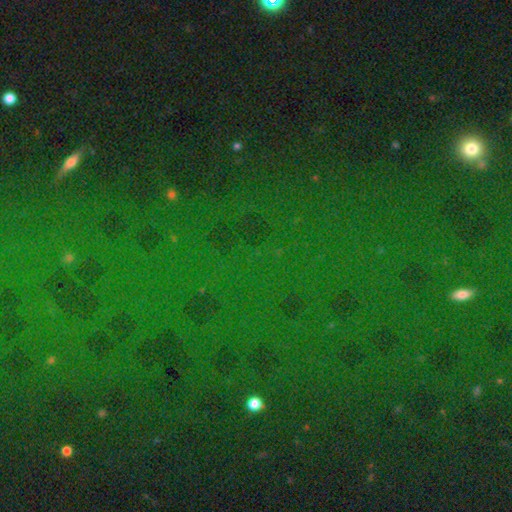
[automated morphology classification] smooth_or_featured: star or artifact (p=0.78) [alt: smooth p=0.13]